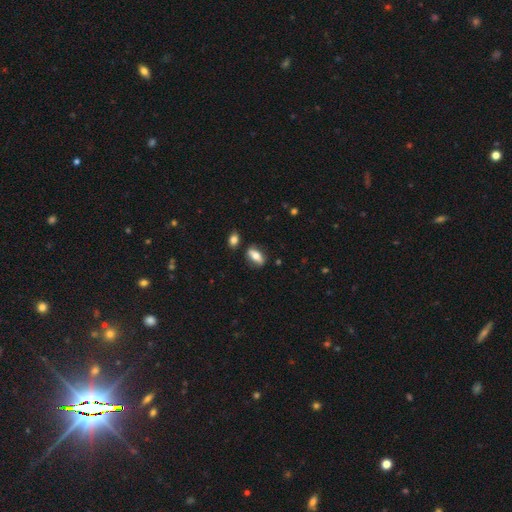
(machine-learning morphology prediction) smooth_or_featured: smooth (p=0.66) [alt: featured or disk p=0.27]
how_rounded: in between (p=0.78) [alt: cigar-shaped p=0.16]
merging: none (p=0.78) [alt: minor disturbance p=0.13]